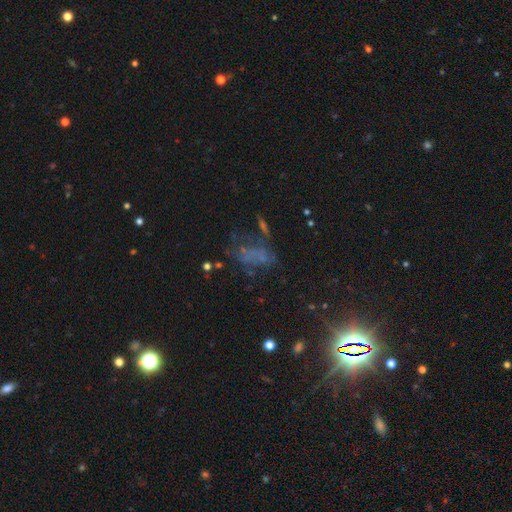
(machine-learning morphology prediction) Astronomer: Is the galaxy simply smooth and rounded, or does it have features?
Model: smooth — 37% (runner-up: featured or disk, 33%).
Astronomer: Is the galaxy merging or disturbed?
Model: none — 36% (runner-up: major disturbance, 34%).